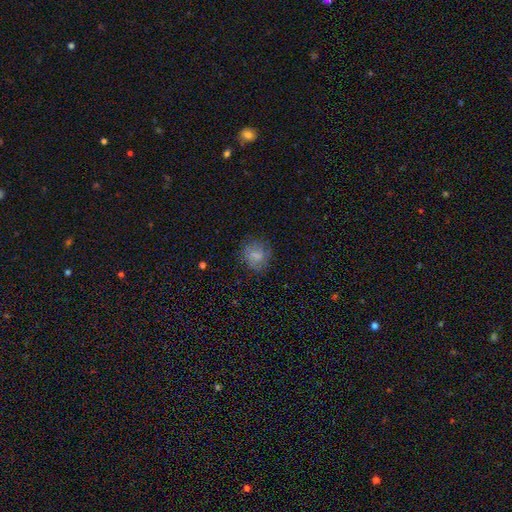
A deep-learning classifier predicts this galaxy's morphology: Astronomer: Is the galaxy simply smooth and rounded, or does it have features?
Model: smooth — 70%.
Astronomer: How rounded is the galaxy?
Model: round — 76%.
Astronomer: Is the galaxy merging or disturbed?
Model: none — 73%.